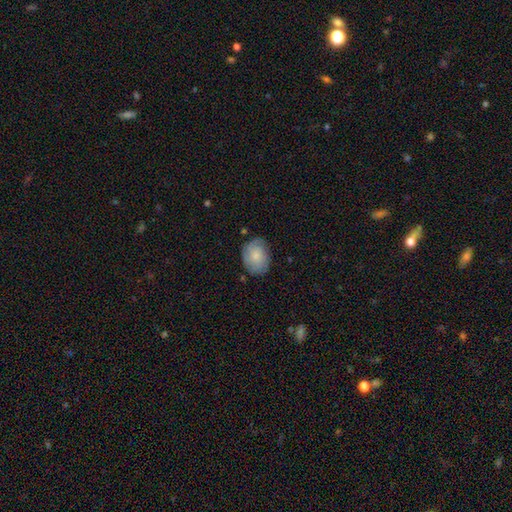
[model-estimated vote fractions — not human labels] smooth 66%, featured or disk 27%, star or artifact 7%. Down the decision tree: how rounded — in between (65%); merging — none (71%).